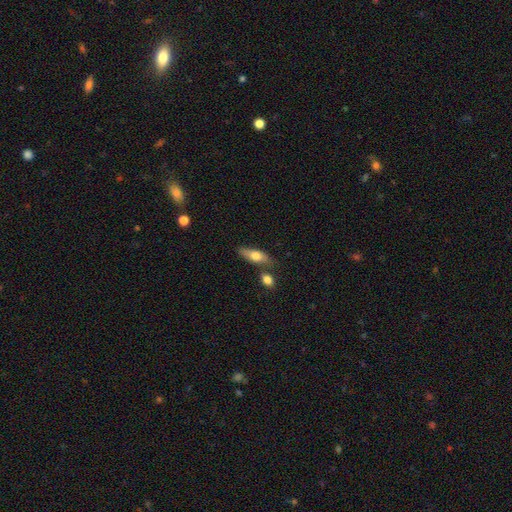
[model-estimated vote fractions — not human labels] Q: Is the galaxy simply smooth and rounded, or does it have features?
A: smooth — 66%.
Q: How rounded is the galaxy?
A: in between — 57%.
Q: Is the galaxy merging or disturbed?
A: none — 66%.